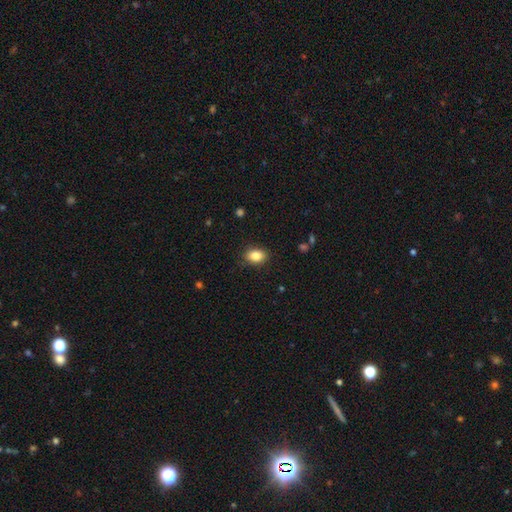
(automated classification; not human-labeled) A smooth galaxy with no disk features (86%) that is in between round and cigar-shaped (76%).

Vote fractions:
- Smooth or featured? smooth: 86% / star or artifact: 8% / featured or disk: 6%
- How rounded? in between: 76% / round: 22% / cigar-shaped: 1%
- Merging? none: 87% / minor disturbance: 10% / major disturbance: 2% / merger: 1%